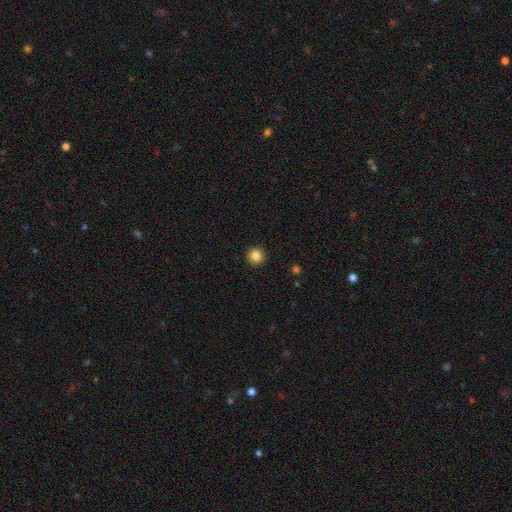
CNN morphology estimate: type=smooth (85%); roundness=round (96%); merging=none (94%).